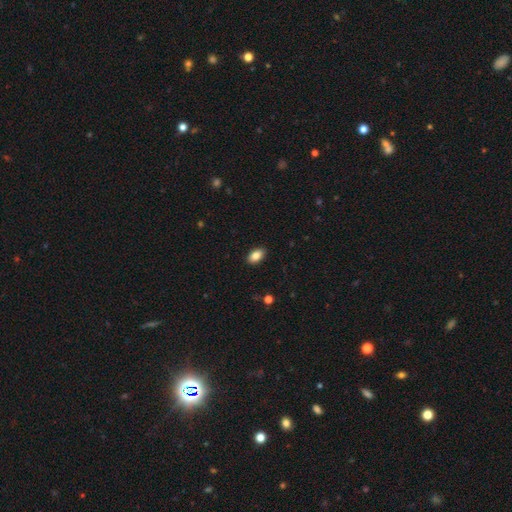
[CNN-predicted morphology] smooth 85%, star or artifact 8%, featured or disk 6%. Down the decision tree: how rounded — in between (91%); merging — none (89%).